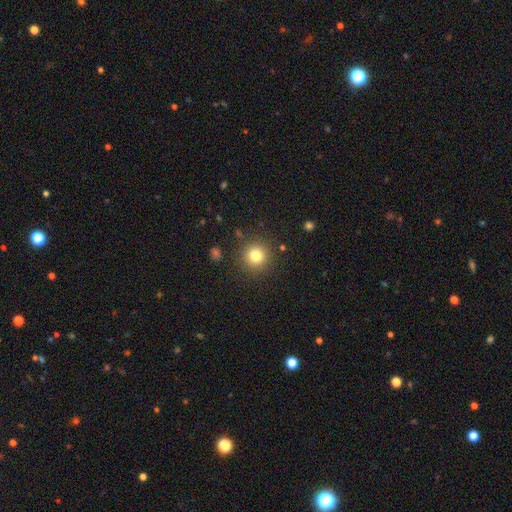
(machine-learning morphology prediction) This is likely a smooth galaxy (80%). How rounded: clearly round (94%). Merging: clearly none (89%).